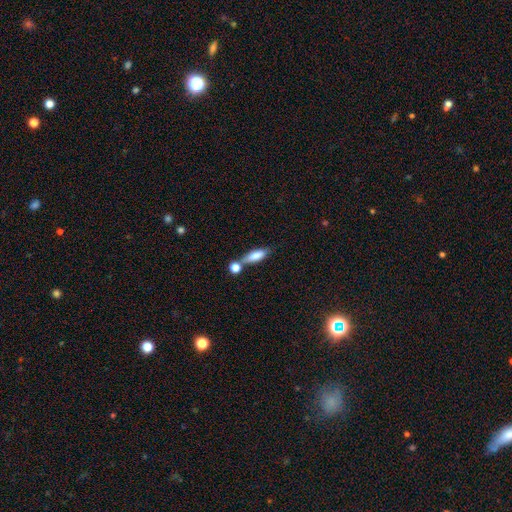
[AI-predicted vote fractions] A smooth galaxy with no disk features (76%) that is in between round and cigar-shaped (60%). Merging: none (48%).